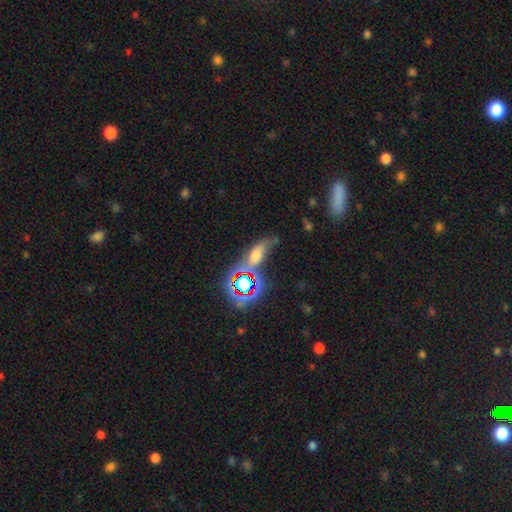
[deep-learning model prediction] Smooth or featured? smooth (45%)
Merging? none (49%)